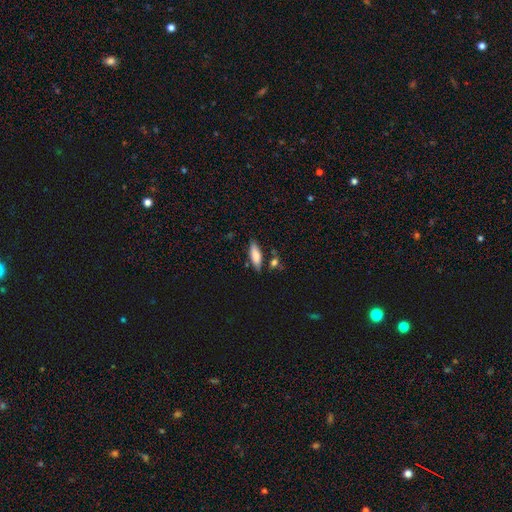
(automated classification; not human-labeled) Smooth or featured: smooth — 80% (featured or disk — 13%)
How rounded: in between — 59% (cigar-shaped — 39%)
Merging: none — 76% (minor disturbance — 15%)